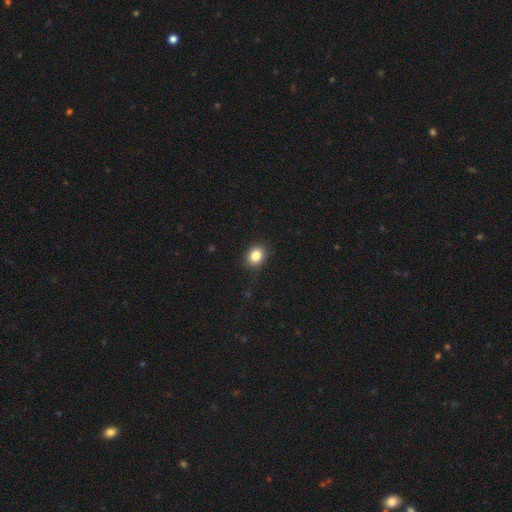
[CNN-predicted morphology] A smooth galaxy with no disk features (84%) that is round (58%).

Vote fractions:
- Smooth or featured? smooth: 84% / star or artifact: 10% / featured or disk: 6%
- How rounded? round: 58% / in between: 41% / cigar-shaped: 1%
- Merging? none: 88% / minor disturbance: 9% / major disturbance: 2% / merger: 1%